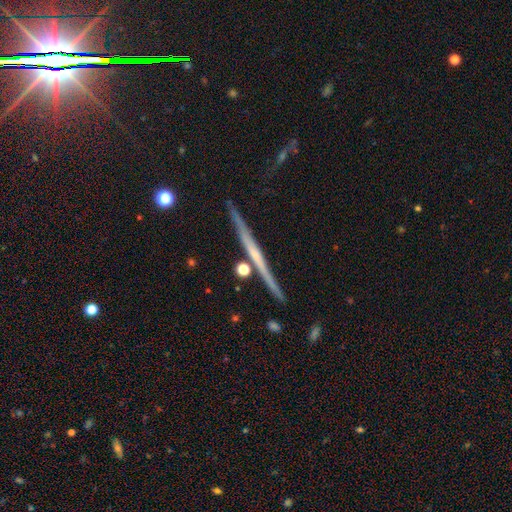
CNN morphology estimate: A featured or disk galaxy (70%) viewed edge-on (98%) with no central bulge (70%). Merging: none (87%).